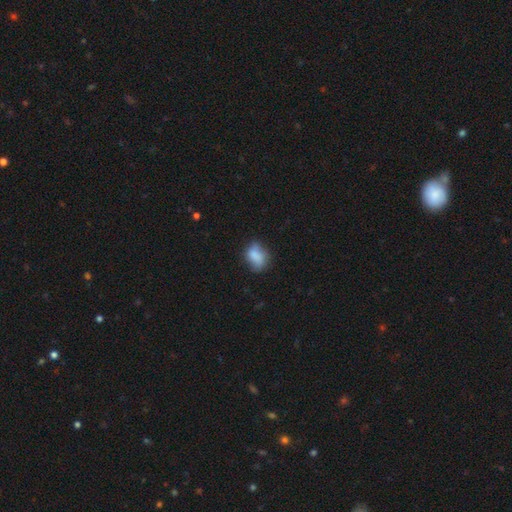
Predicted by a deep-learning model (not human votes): smooth_or_featured: smooth (p=0.79) [alt: featured or disk p=0.12]
how_rounded: in between (p=0.68) [alt: round p=0.30]
merging: none (p=0.57) [alt: minor disturbance p=0.31]